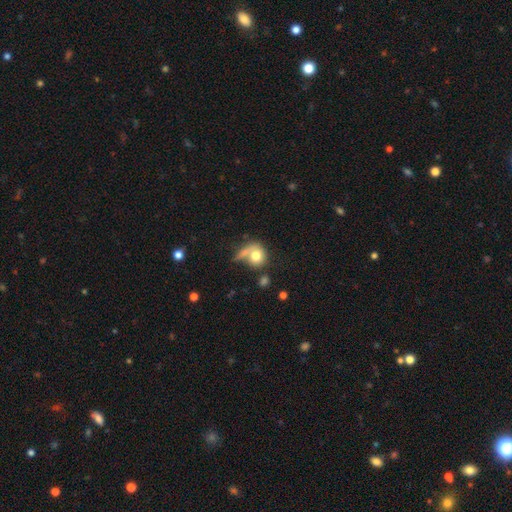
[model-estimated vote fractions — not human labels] A smooth galaxy with no disk features (73%) that is round (73%).

Vote fractions:
- Smooth or featured? smooth: 73% / featured or disk: 19% / star or artifact: 8%
- How rounded? round: 73% / in between: 25% / cigar-shaped: 2%
- Merging? none: 36% / merger: 26% / major disturbance: 22% / minor disturbance: 16%